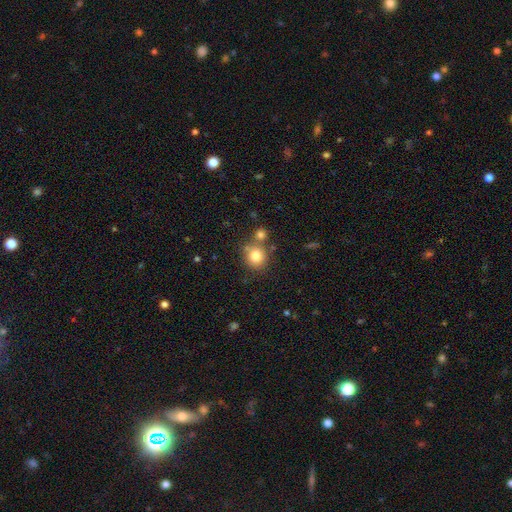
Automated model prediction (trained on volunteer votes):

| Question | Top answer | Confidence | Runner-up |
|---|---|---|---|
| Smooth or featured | smooth | 82% | star or artifact (11%) |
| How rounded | round | 85% | in between (14%) |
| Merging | none | 66% | merger (20%) |